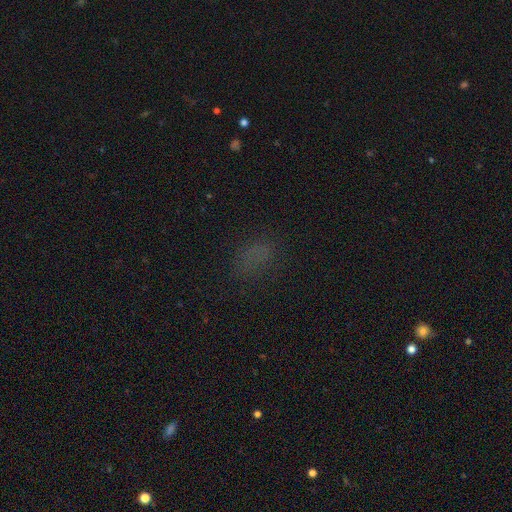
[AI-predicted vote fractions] Morphology: type=smooth (61%); roundness=in between (73%); merging=none (74%).